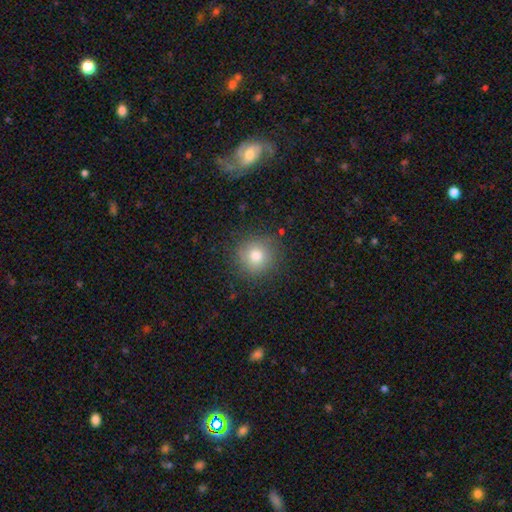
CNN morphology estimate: smooth 80%, star or artifact 12%, featured or disk 9%. Down the decision tree: how rounded — round (92%); merging — none (85%).